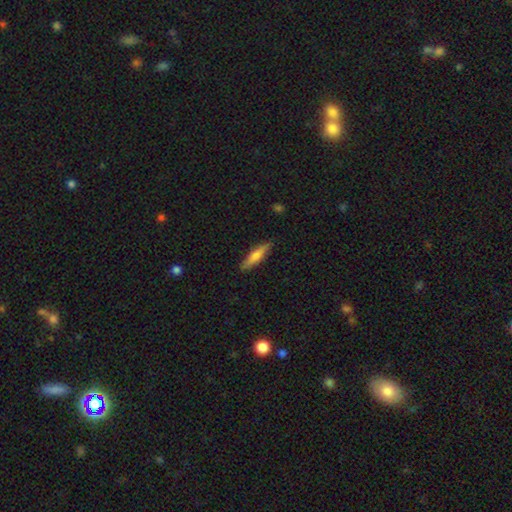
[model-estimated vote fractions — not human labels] smooth-or-featured: smooth: 60% | featured or disk: 34% | star or artifact: 6%
  how-rounded: cigar-shaped: 80% | in between: 18% | round: 2%
  merging: none: 88% | minor disturbance: 9% | major disturbance: 2% | merger: 1%